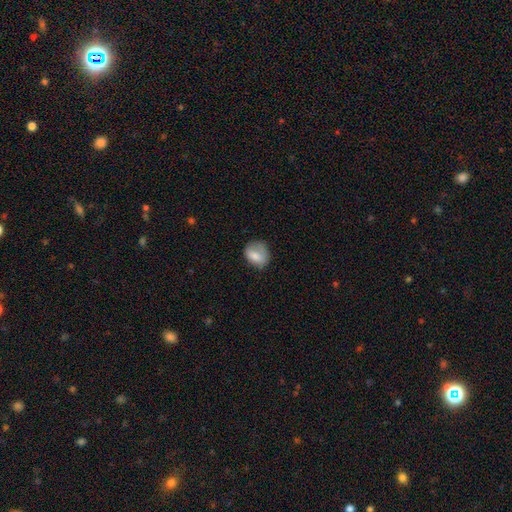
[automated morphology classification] smooth-or-featured: smooth: 76% | featured or disk: 16% | star or artifact: 8%
  how-rounded: in between: 54% | round: 45% | cigar-shaped: 1%
  merging: none: 55% | minor disturbance: 29% | major disturbance: 14% | merger: 2%